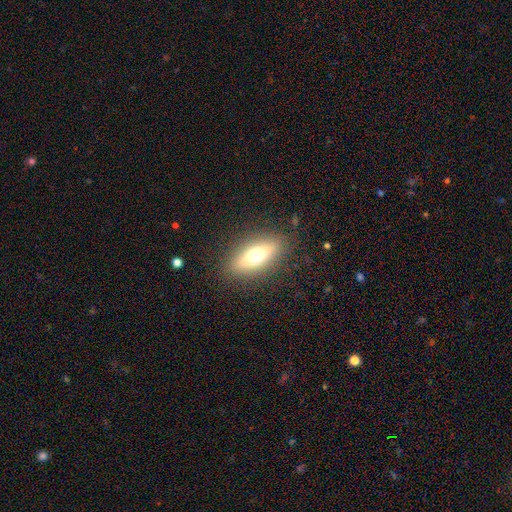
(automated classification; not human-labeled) Smooth or featured?
  - smooth: 59% *
  - featured or disk: 32%
  - star or artifact: 9%
How rounded?
  - in between: 65% *
  - cigar-shaped: 29%
  - round: 6%
Merging?
  - none: 86% *
  - minor disturbance: 9%
  - major disturbance: 4%
  - merger: 1%